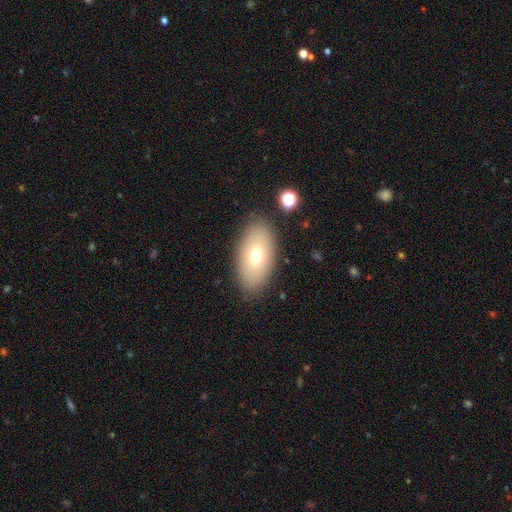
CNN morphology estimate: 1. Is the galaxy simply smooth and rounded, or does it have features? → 69% smooth, 22% featured or disk, 9% star or artifact.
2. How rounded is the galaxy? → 92% in between, 5% round, 2% cigar-shaped.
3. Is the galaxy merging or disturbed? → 85% none, 10% minor disturbance, 4% major disturbance, 2% merger.